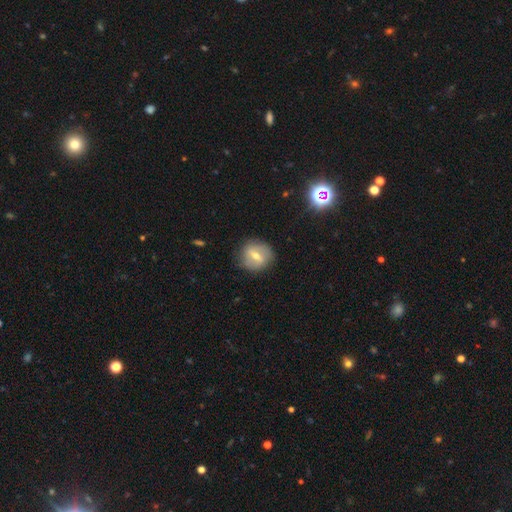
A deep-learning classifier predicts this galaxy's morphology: Smooth or featured? smooth (45%)
Merging? none (83%)